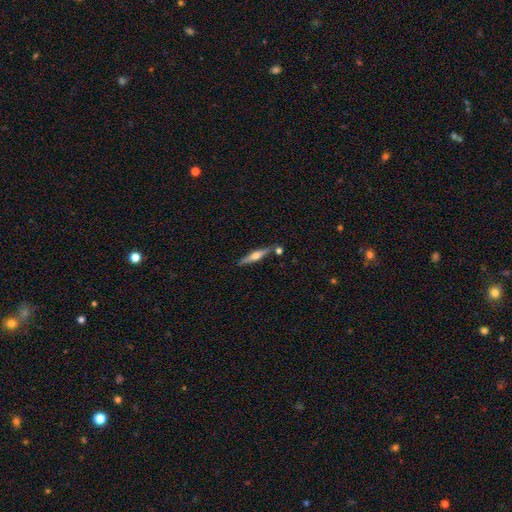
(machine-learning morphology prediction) A featured or disk galaxy (65%) viewed edge-on (97%) with a rounded central bulge (92%). Merging: none (82%).